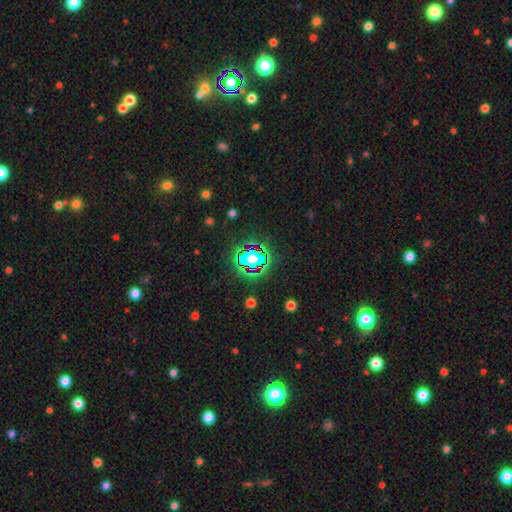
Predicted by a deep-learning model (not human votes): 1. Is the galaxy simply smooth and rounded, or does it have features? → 62% star or artifact, 26% smooth, 12% featured or disk.